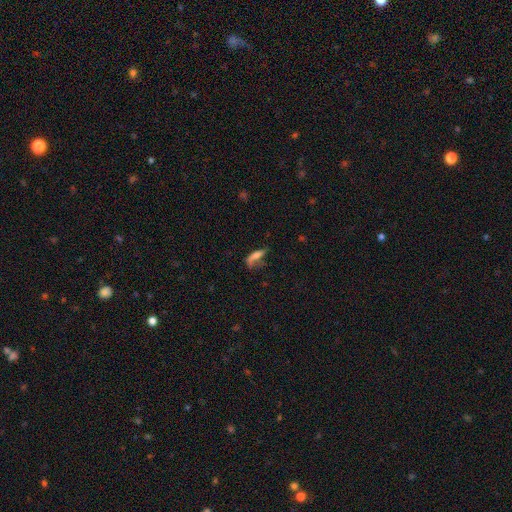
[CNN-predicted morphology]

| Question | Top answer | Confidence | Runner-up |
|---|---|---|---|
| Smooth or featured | smooth | 58% | featured or disk (31%) |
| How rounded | cigar-shaped | 52% | in between (45%) |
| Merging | none | 36% | major disturbance (32%) |